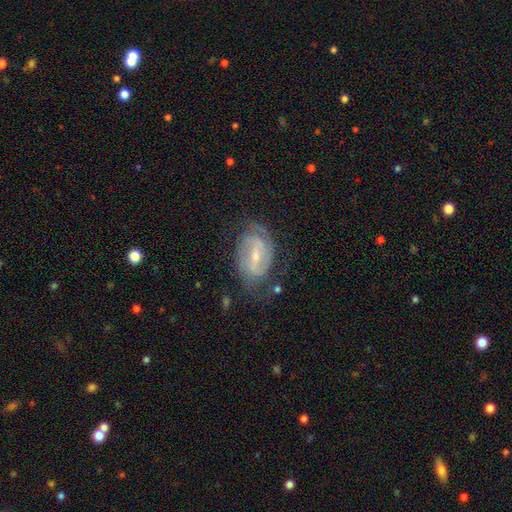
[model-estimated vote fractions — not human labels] featured or disk 84%, smooth 10%, star or artifact 6%. Down the decision tree: edge-on disk — no (96%); bar — weak (43%, tied with strong); spiral arms — yes (93%); spiral arm count — 2 (66%); spiral winding — tight (46%); bulge size — small (61%); merging — none (67%).